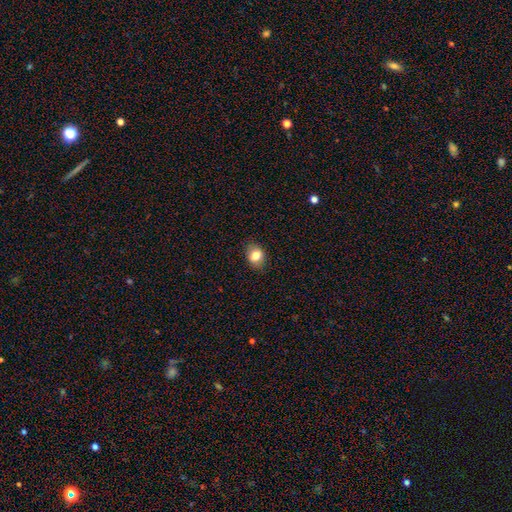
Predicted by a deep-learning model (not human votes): Smooth or featured: smooth — 81% (star or artifact — 10%)
How rounded: round — 51% (in between — 48%)
Merging: none — 86% (minor disturbance — 11%)